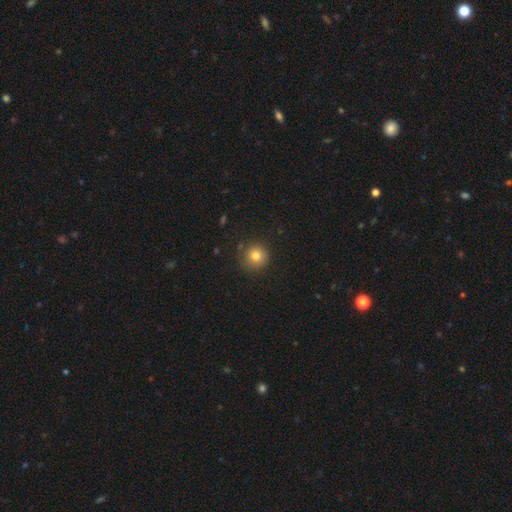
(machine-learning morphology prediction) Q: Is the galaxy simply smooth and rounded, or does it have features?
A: smooth — 79%.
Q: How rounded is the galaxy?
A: round — 94%.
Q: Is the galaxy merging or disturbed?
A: none — 86%.